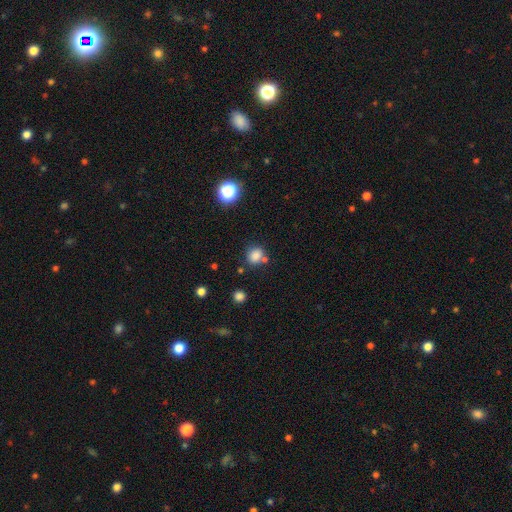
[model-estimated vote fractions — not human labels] A smooth galaxy with no disk features (82%) that is round (72%). Merging: none (66%).